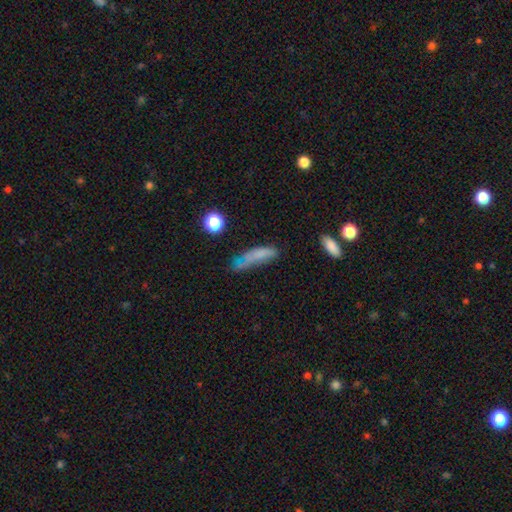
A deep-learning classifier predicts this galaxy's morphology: The model was most divided on "merging": none: 42%, minor disturbance: 31%, major disturbance: 20%, merger: 7%. More confident: how rounded — cigar-shaped (68%); smooth or featured — smooth (64%).